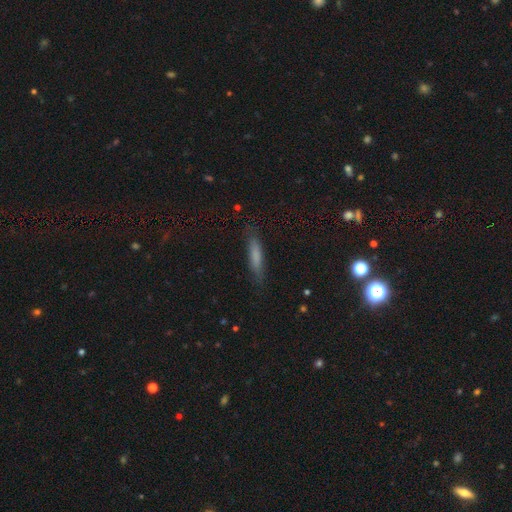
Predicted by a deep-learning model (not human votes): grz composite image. It shows a smooth galaxy with no disk features (73%) that is cigar-shaped (82%). Merging: none (82%).